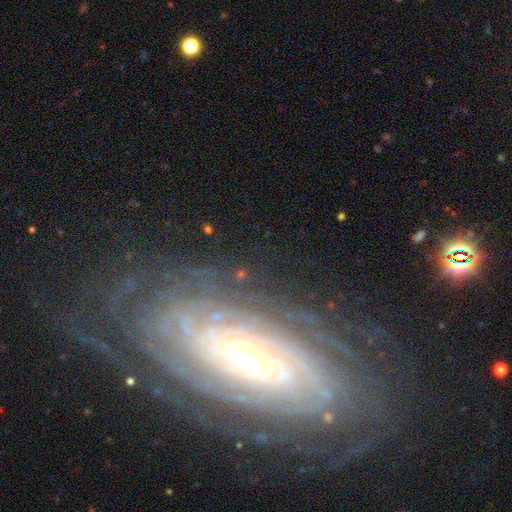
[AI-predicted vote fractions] smooth-or-featured: featured or disk: 86% | star or artifact: 7% | smooth: 7%
  disk-edge-on: no: 91% | yes: 9%
    bar: no: 54% | weak: 28% | strong: 19%
    has-spiral-arms: yes: 96% | no: 4%
      spiral-winding: tight: 83% | medium: 14% | loose: 4%
      spiral-arm-count: can't tell: 35% | more than 4: 27% | 4: 14% | 3: 9% | 2: 9% | 1: 6%
    bulge-size: moderate: 55% | small: 33% | large: 9% | dominant: 2% | none: 1%
  merging: none: 79% | minor disturbance: 13% | major disturbance: 6% | merger: 2%